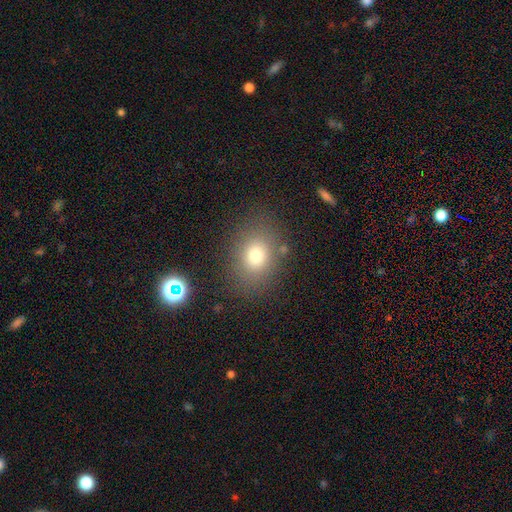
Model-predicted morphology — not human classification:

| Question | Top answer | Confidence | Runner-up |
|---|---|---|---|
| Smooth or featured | smooth | 75% | star or artifact (14%) |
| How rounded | in between | 57% | round (42%) |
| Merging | none | 79% | minor disturbance (12%) |